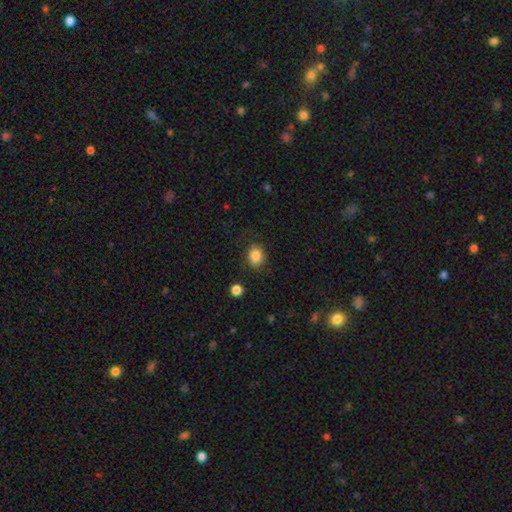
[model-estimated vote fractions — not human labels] Smooth or featured? Predicted: smooth (p=0.85). How rounded? Predicted: in between (p=0.51). Merging? Predicted: none (p=0.83).